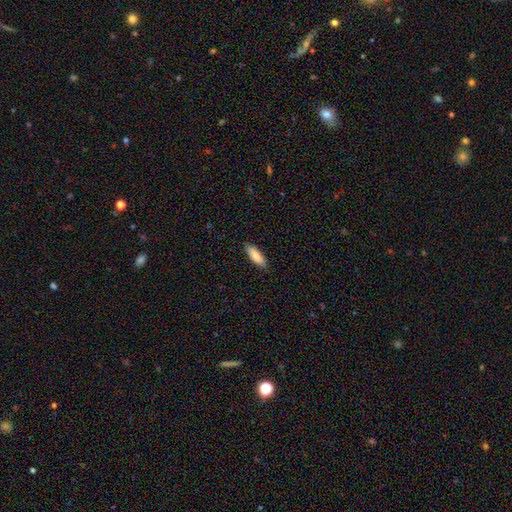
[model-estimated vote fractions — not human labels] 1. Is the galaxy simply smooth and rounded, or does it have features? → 86% smooth, 8% featured or disk, 6% star or artifact.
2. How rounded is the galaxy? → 59% in between, 39% cigar-shaped, 2% round.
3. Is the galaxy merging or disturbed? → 88% none, 10% minor disturbance, 2% major disturbance, 1% merger.